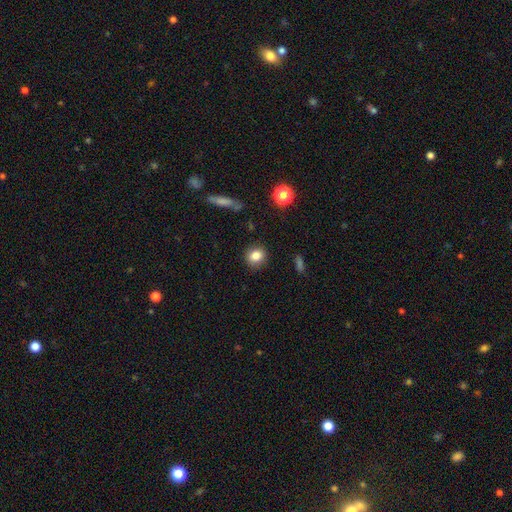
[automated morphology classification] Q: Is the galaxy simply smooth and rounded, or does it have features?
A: smooth — 83%.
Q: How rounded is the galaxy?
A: round — 75%.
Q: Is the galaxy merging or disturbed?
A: none — 88%.